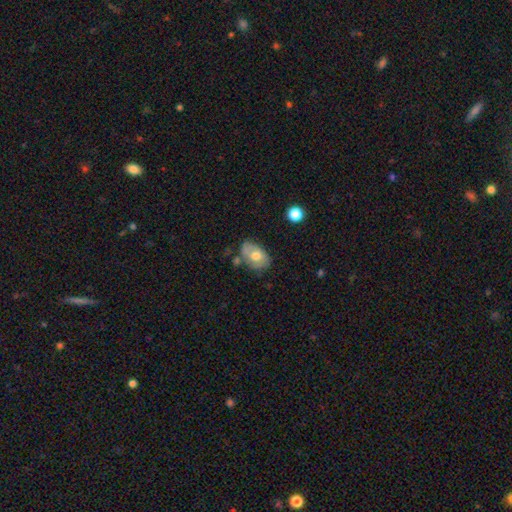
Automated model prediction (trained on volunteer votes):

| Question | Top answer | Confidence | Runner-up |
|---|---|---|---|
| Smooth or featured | smooth | 60% | featured or disk (32%) |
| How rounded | in between | 85% | round (14%) |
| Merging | none | 58% | minor disturbance (25%) |